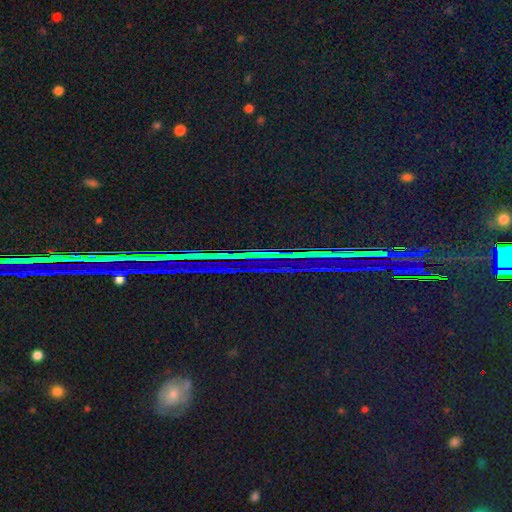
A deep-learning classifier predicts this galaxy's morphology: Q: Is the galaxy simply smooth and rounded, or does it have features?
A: star or artifact — 86%.